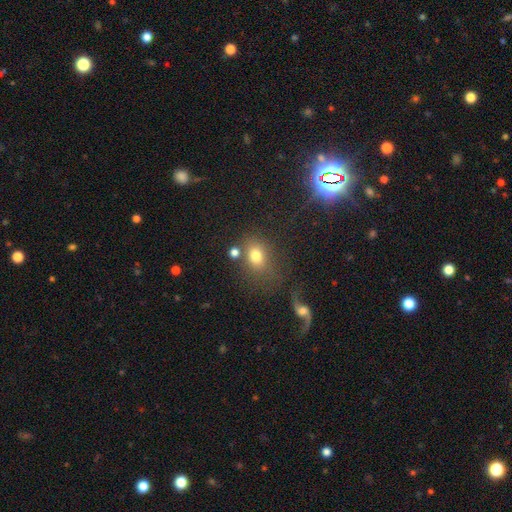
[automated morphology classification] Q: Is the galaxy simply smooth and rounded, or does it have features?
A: smooth — 74%.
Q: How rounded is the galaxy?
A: in between — 54%.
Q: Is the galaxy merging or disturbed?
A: none — 58%.